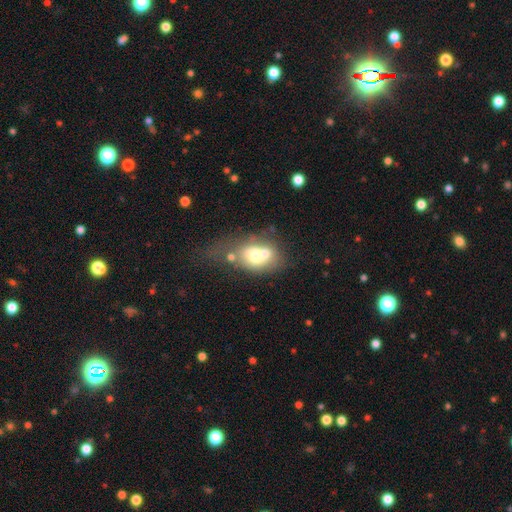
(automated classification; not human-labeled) A smooth galaxy with no disk features (58%) that is in between round and cigar-shaped (66%).

Vote fractions:
- Smooth or featured? smooth: 58% / featured or disk: 32% / star or artifact: 10%
- How rounded? in between: 66% / round: 32% / cigar-shaped: 2%
- Merging? merger: 52% / none: 23% / minor disturbance: 13% / major disturbance: 12%